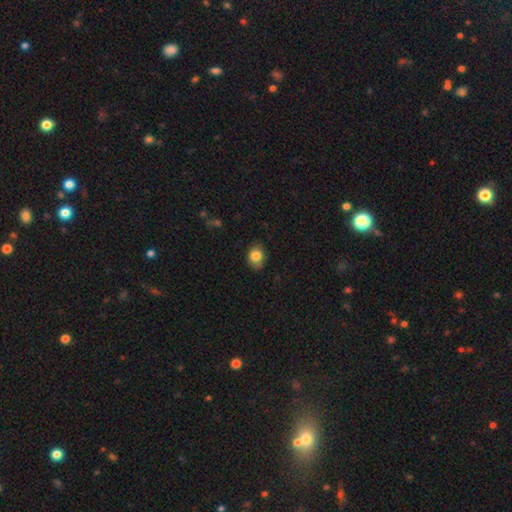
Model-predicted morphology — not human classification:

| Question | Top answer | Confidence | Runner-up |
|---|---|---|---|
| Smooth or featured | smooth | 82% | star or artifact (9%) |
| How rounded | in between | 53% | round (46%) |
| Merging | none | 81% | minor disturbance (15%) |